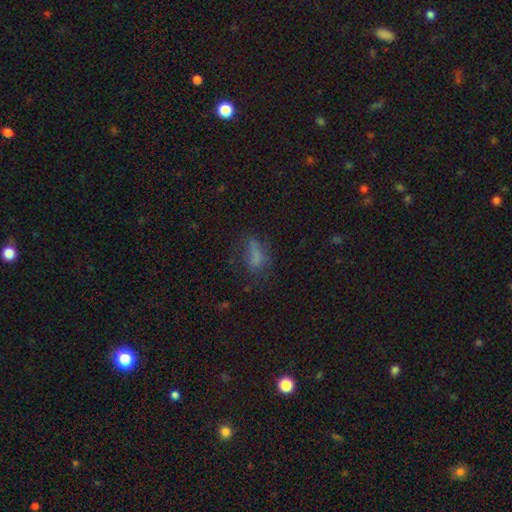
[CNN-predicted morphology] smooth-or-featured: smooth: 62% | star or artifact: 19% | featured or disk: 18%
  how-rounded: in between: 71% | cigar-shaped: 20% | round: 9%
  merging: none: 43% | major disturbance: 27% | minor disturbance: 25% | merger: 5%